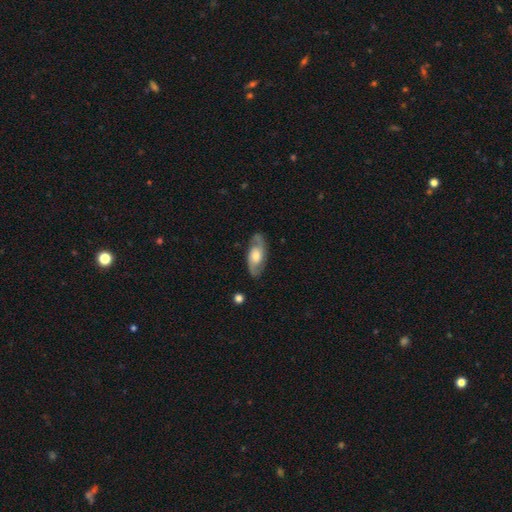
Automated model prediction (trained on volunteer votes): The model was most divided on "spiral winding": medium: 49%, tight: 29%, loose: 22%. More confident: edge-on disk — no (90%); spiral arms — yes (89%); spiral arm count — 2 (87%); merging — none (82%); smooth or featured — featured or disk (71%); bar — no (64%); bulge size — moderate (54%).